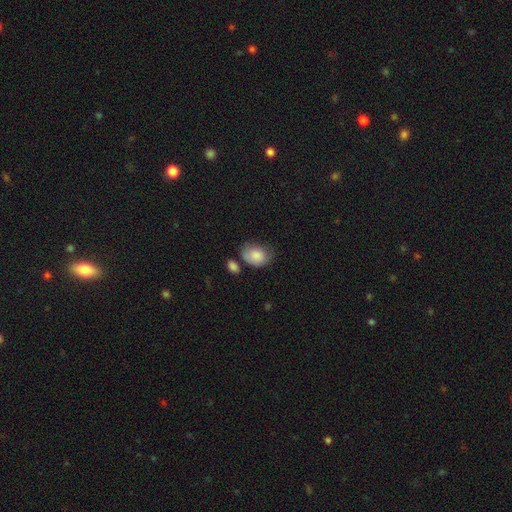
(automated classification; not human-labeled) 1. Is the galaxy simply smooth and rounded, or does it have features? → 83% smooth, 10% featured or disk, 7% star or artifact.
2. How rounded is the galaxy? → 76% in between, 23% round, 1% cigar-shaped.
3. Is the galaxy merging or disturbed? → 47% none, 31% minor disturbance, 12% major disturbance, 10% merger.